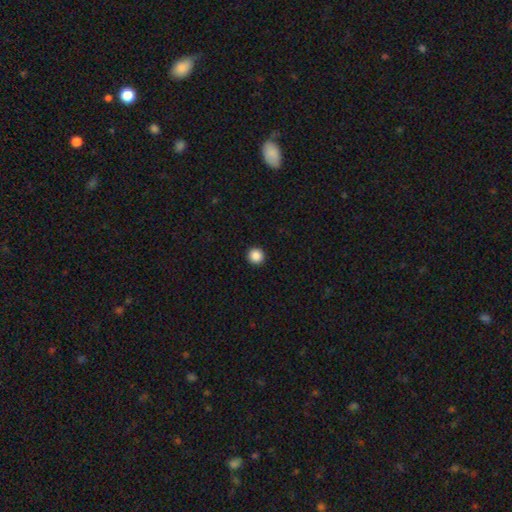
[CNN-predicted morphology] Smooth or featured?
  - smooth: 88% *
  - star or artifact: 9%
  - featured or disk: 3%
How rounded?
  - round: 96% *
  - in between: 3%
  - cigar-shaped: 1%
Merging?
  - none: 94% *
  - minor disturbance: 4%
  - major disturbance: 1%
  - merger: 1%